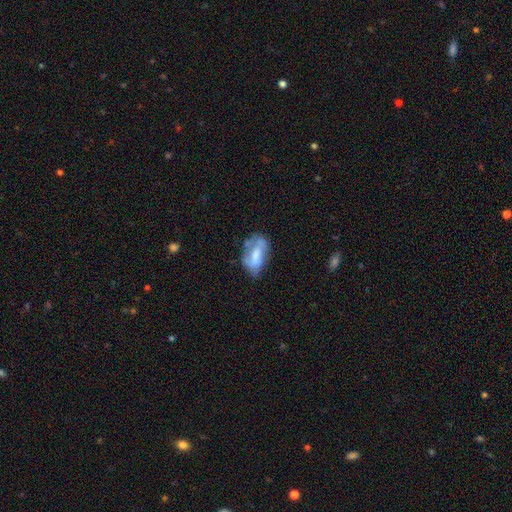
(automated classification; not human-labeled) smooth_or_featured: smooth (p=0.49) [alt: featured or disk p=0.43]
merging: none (p=0.47) [alt: minor disturbance p=0.31]